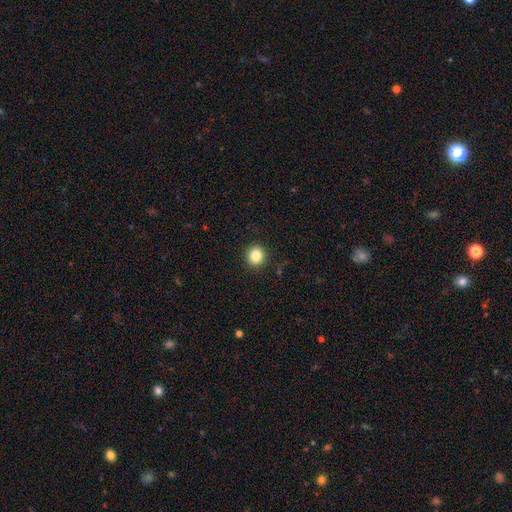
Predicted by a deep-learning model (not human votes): A smooth galaxy with no disk features (84%) that is round (91%).

Vote fractions:
- Smooth or featured? smooth: 84% / star or artifact: 11% / featured or disk: 5%
- How rounded? round: 91% / in between: 8% / cigar-shaped: 1%
- Merging? none: 91% / minor disturbance: 6% / major disturbance: 2% / merger: 1%